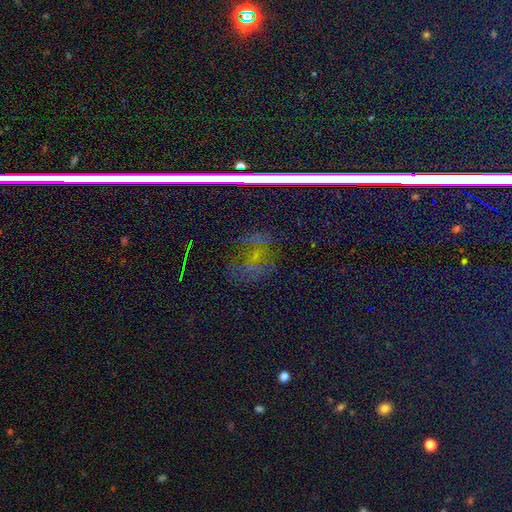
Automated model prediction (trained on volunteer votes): A star or artifact, not a galaxy (59%).